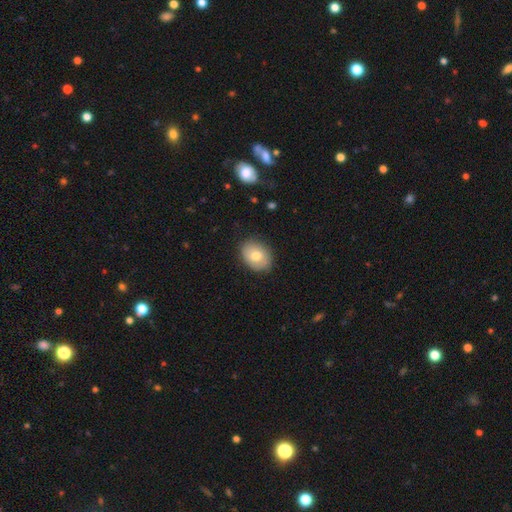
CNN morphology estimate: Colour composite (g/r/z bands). It shows a smooth galaxy with no disk features (74%) that is in between round and cigar-shaped (57%). Merging: none (83%).